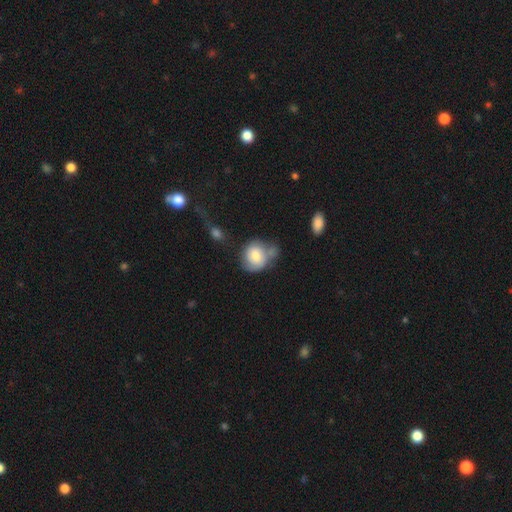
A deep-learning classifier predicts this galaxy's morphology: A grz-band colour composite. It shows a smooth galaxy with no disk features (63%) that is round (70%). Merging: none (37%).